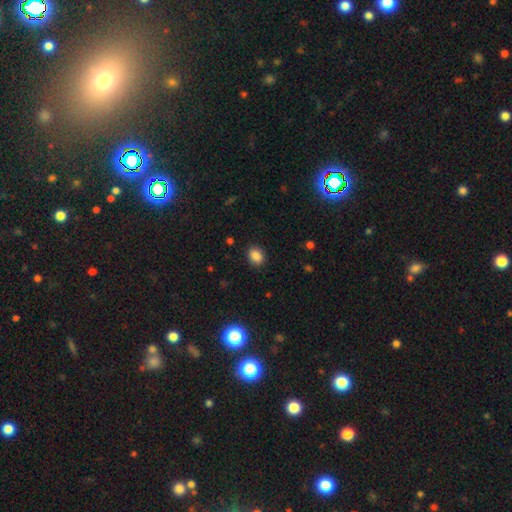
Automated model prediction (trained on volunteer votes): smooth-or-featured: smooth: 86% | star or artifact: 10% | featured or disk: 4%
  how-rounded: in between: 61% | round: 38% | cigar-shaped: 1%
  merging: none: 88% | minor disturbance: 9% | major disturbance: 3% | merger: 1%